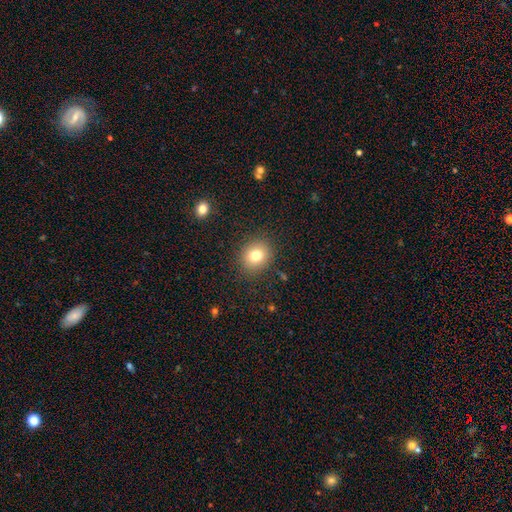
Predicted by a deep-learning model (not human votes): This appears to be a smooth galaxy with no disk features (78%) that is round (75%). Merging: none (88%).